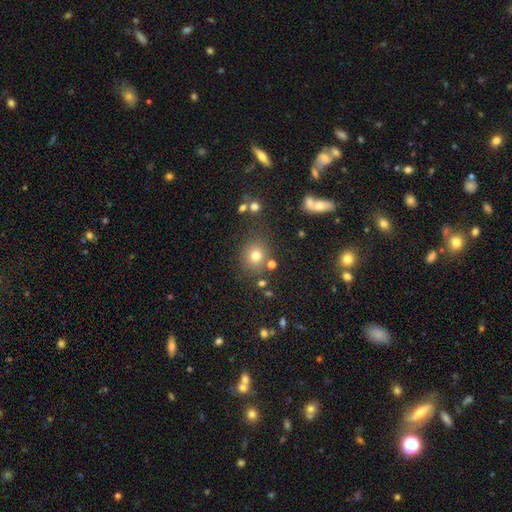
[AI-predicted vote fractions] The model was most divided on "smooth or featured": smooth: 75%, star or artifact: 16%, featured or disk: 9%. More confident: how rounded — round (85%); merging — none (79%).